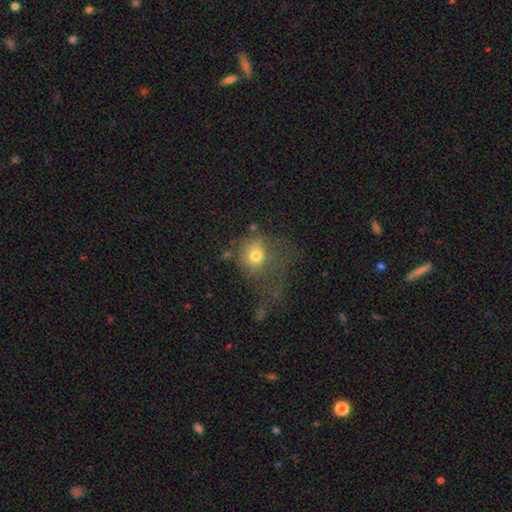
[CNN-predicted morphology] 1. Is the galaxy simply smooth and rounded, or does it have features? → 69% smooth, 17% featured or disk, 14% star or artifact.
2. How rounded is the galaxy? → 68% round, 31% in between, 1% cigar-shaped.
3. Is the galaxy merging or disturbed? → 47% major disturbance, 29% none, 17% minor disturbance, 7% merger.